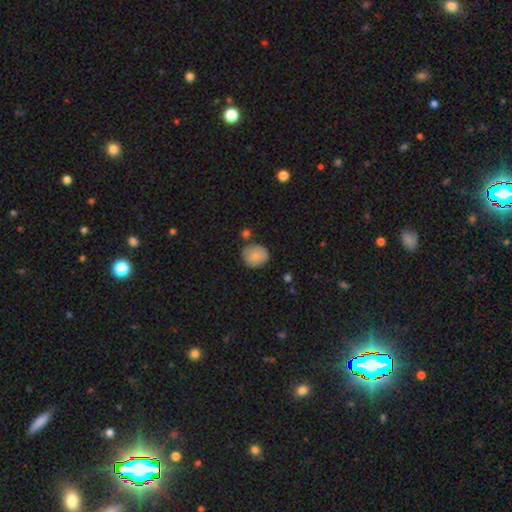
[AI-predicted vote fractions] This is clearly a smooth galaxy (80%). How rounded: likely round (70%). Merging: likely none (65%).